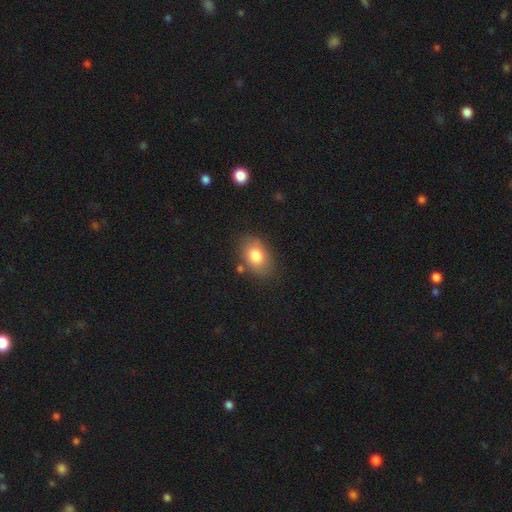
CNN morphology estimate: The model was most divided on "merging": none: 78%, minor disturbance: 14%, merger: 4%, major disturbance: 4%. More confident: how rounded — in between (86%); smooth or featured — smooth (80%).